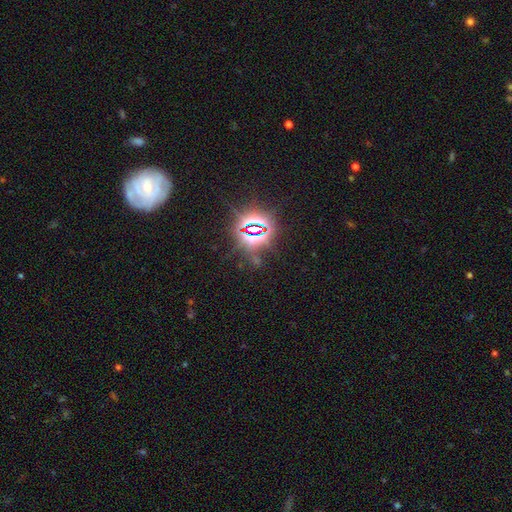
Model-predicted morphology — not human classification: Overall: star or artifact (78%).